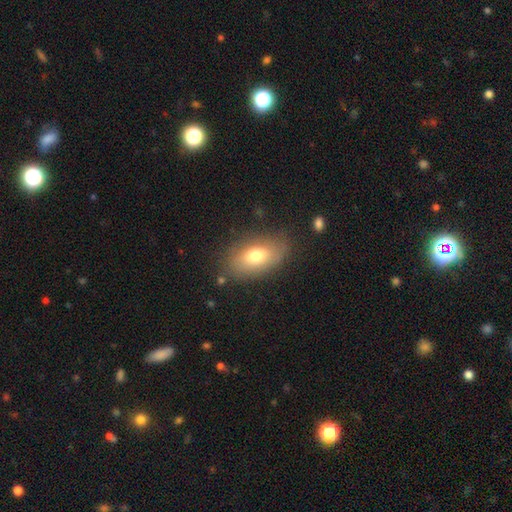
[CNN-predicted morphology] smooth 73%, featured or disk 18%, star or artifact 9%. Down the decision tree: how rounded — in between (89%); merging — none (78%).